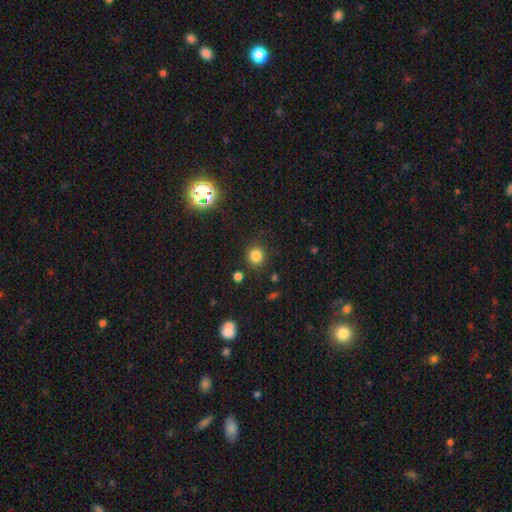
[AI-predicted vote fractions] Overall: smooth (81%). How rounded: round (88%). Merging: none (84%).